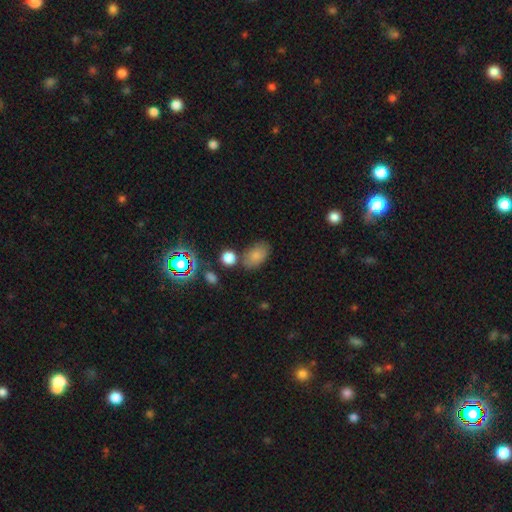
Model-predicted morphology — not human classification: A smooth galaxy with no disk features (80%) that is in between round and cigar-shaped (88%).

Vote fractions:
- Smooth or featured? smooth: 80% / star or artifact: 12% / featured or disk: 9%
- How rounded? in between: 88% / round: 10% / cigar-shaped: 2%
- Merging? none: 67% / minor disturbance: 17% / merger: 11% / major disturbance: 5%